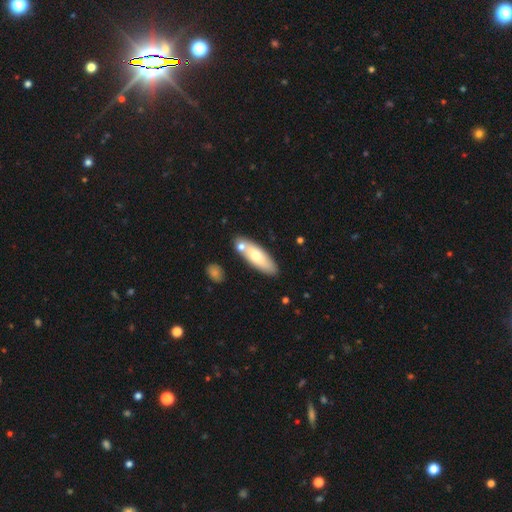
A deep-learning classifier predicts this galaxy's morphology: This appears to be a smooth galaxy with no disk features (65%) that is in between round and cigar-shaped (54%). Merging: none (71%).